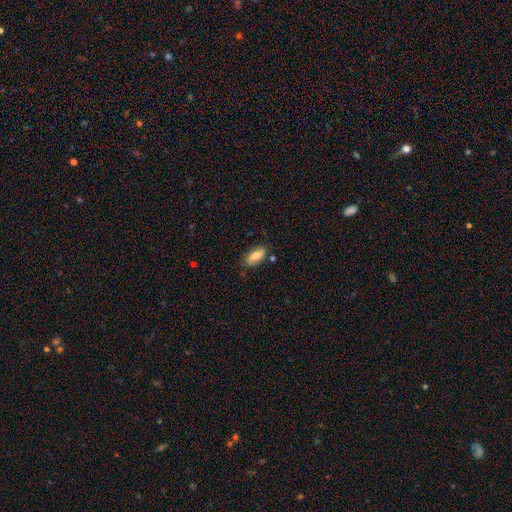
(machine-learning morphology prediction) Smooth or featured? smooth (72%)
How rounded? in between (84%)
Merging? none (79%)